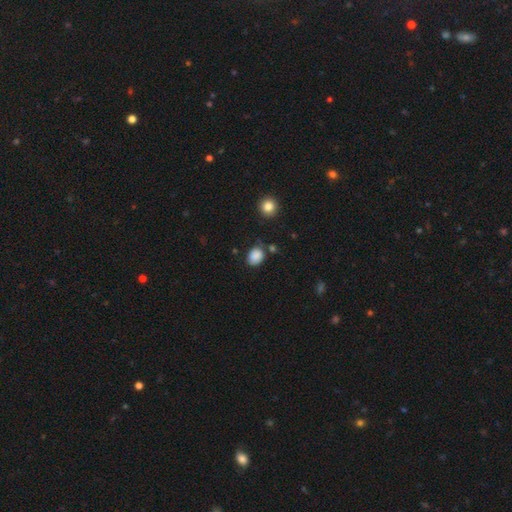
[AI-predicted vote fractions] This appears to be a smooth galaxy with no disk features (85%) that is in between round and cigar-shaped (53%). Merging: none (69%).